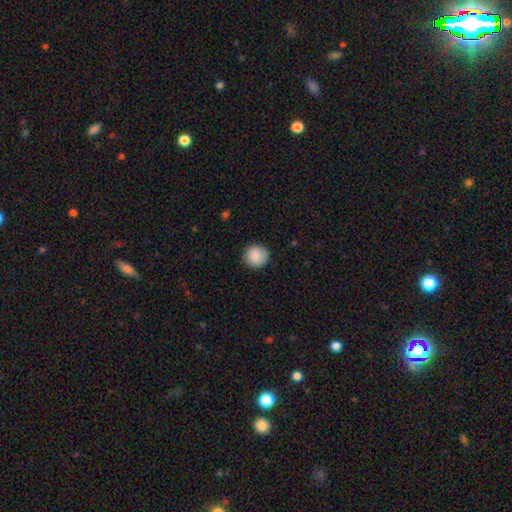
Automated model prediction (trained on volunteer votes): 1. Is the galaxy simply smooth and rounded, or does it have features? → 89% smooth, 8% star or artifact, 4% featured or disk.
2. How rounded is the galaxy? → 94% round, 5% in between, 1% cigar-shaped.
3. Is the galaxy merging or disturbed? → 91% none, 7% minor disturbance, 2% major disturbance, 1% merger.